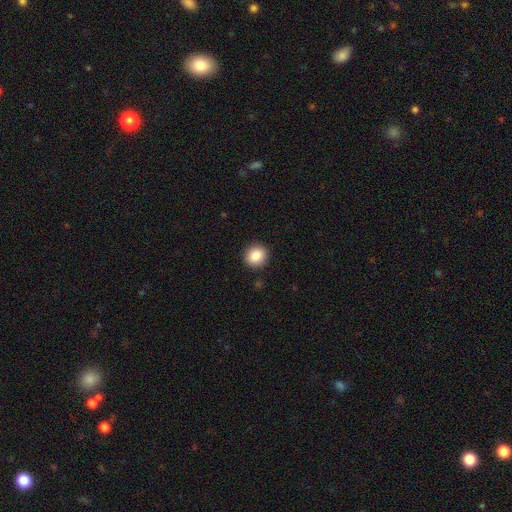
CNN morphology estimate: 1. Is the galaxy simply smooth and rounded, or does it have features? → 87% smooth, 9% star or artifact, 5% featured or disk.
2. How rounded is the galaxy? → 87% round, 12% in between, 1% cigar-shaped.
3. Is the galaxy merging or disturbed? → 91% none, 6% minor disturbance, 2% major disturbance, 1% merger.